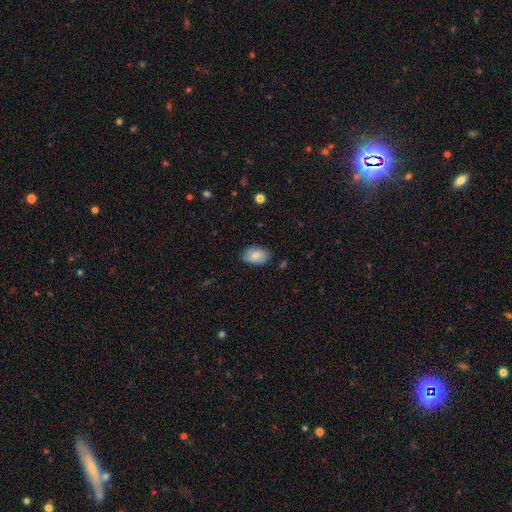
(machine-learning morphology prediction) The model was most divided on "merging": none: 80%, minor disturbance: 16%, major disturbance: 3%, merger: 1%. More confident: how rounded — in between (91%); smooth or featured — smooth (81%).